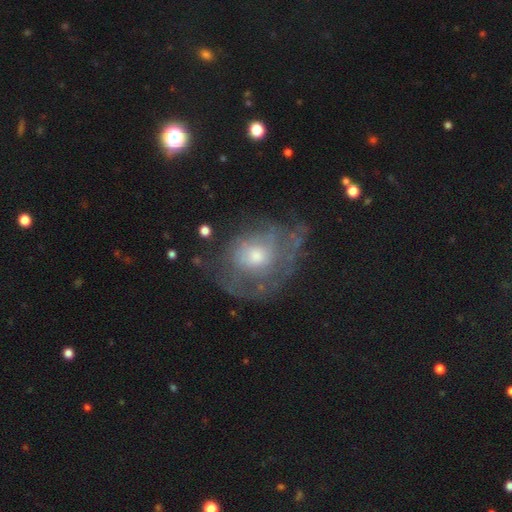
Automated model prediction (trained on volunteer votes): This is possibly a featured or disk galaxy (59%). It is clearly not viewed edge-on (96%). Bar: clearly no (81%). Spiral arm pattern: possibly no (53%). Central bulge: possibly moderate (56%). Merging: possibly none (48%).